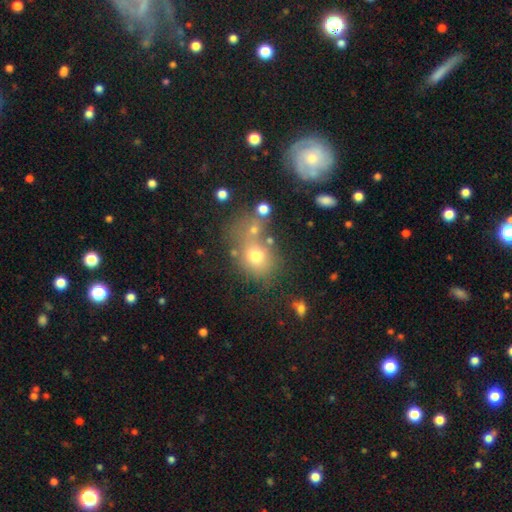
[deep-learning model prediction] smooth 66%, star or artifact 18%, featured or disk 16%. Down the decision tree: how rounded — round (61%); merging — none (47%).